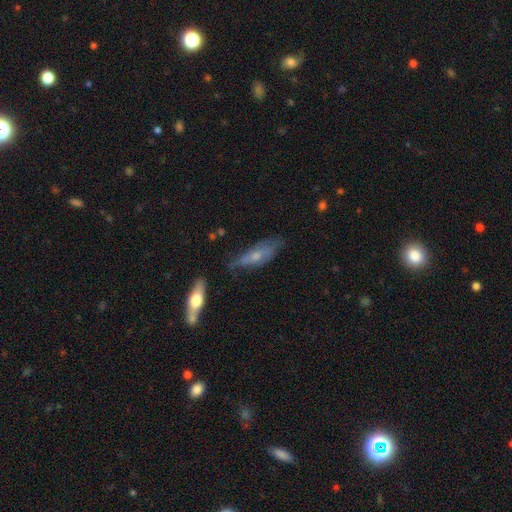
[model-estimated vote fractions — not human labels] This is possibly a featured or disk galaxy (46%, tied with smooth). Merging: possibly none (53%).